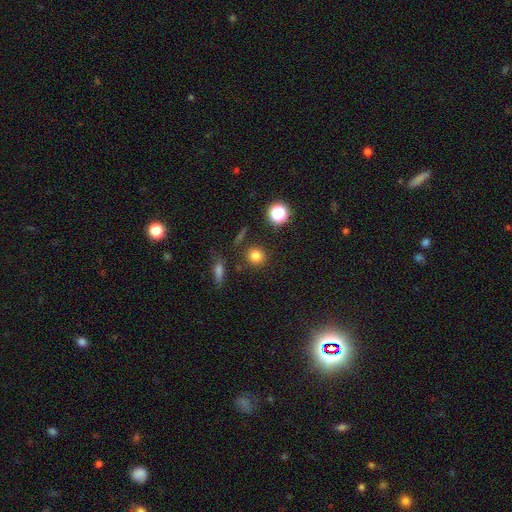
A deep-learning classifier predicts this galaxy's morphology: Q: Smooth or featured?
A: smooth (80%); runner-up: star or artifact (14%)
Q: How rounded?
A: round (90%); runner-up: in between (9%)
Q: Merging?
A: none (86%); runner-up: minor disturbance (8%)